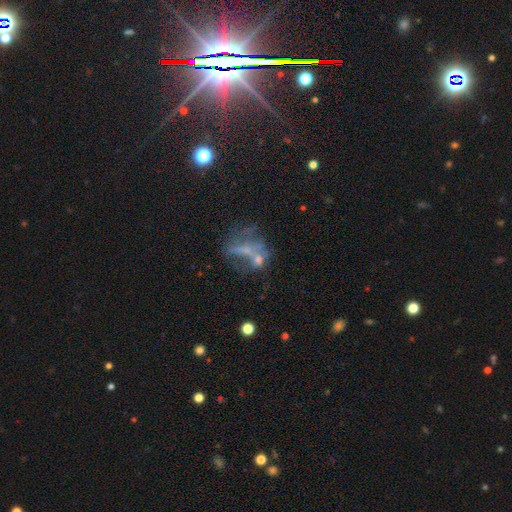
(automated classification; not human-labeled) featured or disk 51%, smooth 28%, star or artifact 21%. Down the decision tree: edge-on disk — no (93%); merging — major disturbance (33%).